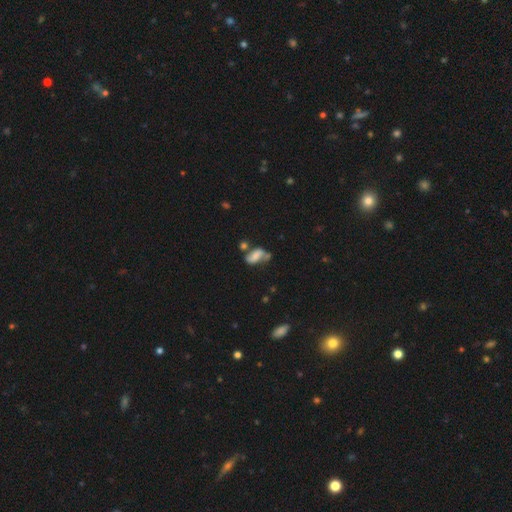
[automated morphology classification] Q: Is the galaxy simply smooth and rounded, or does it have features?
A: smooth — 47%.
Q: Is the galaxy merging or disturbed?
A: none — 34%.